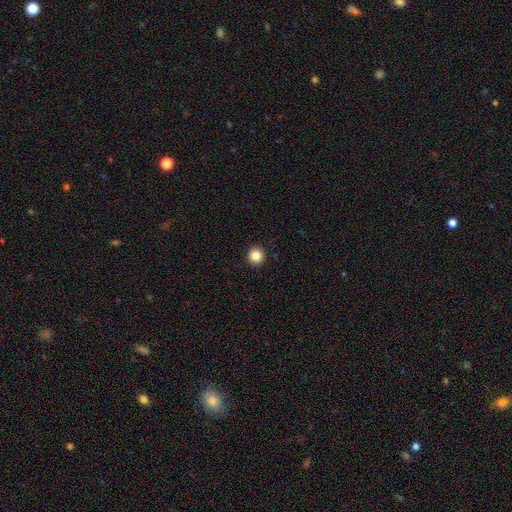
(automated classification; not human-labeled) Overall: smooth (86%). How rounded: round (95%). Merging: none (93%).